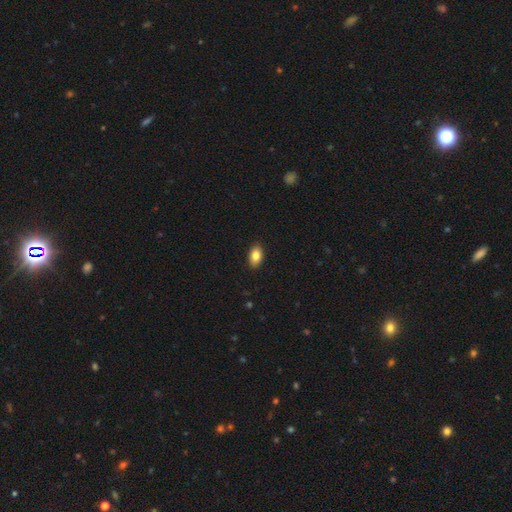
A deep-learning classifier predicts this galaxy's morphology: Smooth or featured? smooth (83%)
How rounded? in between (91%)
Merging? none (89%)